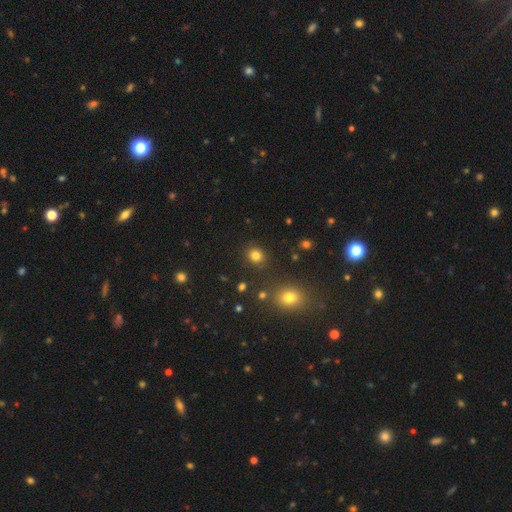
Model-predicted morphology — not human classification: The model was most divided on "how rounded": round: 75%, in between: 24%, cigar-shaped: 1%. More confident: merging — none (86%); smooth or featured — smooth (82%).